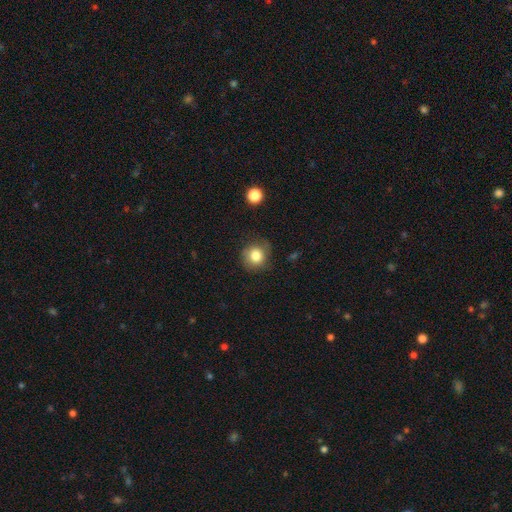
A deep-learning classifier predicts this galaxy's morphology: Smooth or featured: smooth — 82% (star or artifact — 10%)
How rounded: round — 86% (in between — 13%)
Merging: none — 73% (minor disturbance — 19%)